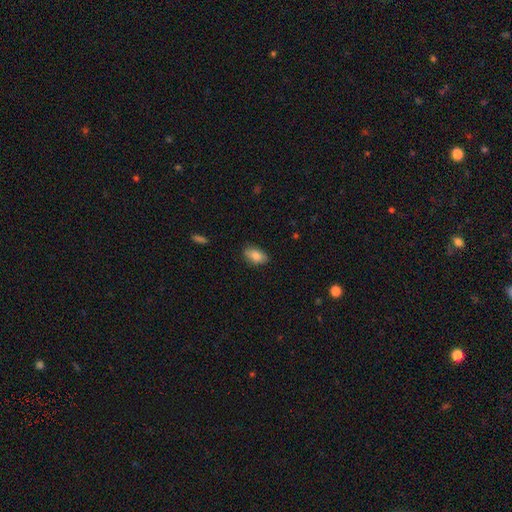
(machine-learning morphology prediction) Smooth or featured: smooth — 83% (featured or disk — 10%)
How rounded: in between — 90% (round — 5%)
Merging: none — 83% (minor disturbance — 13%)